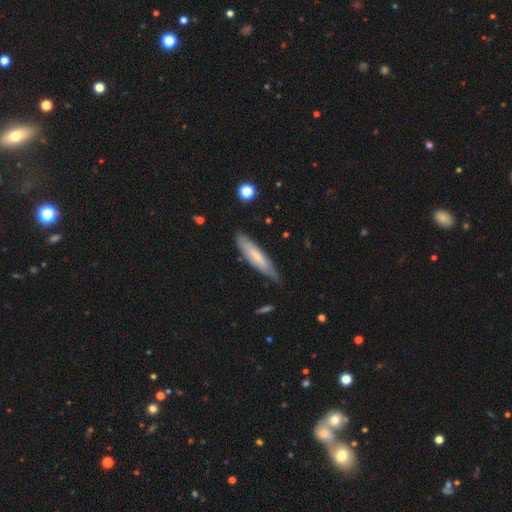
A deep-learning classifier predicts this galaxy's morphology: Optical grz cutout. It shows a smooth galaxy with no disk features (56%) that is cigar-shaped (82%). Merging: none (75%).